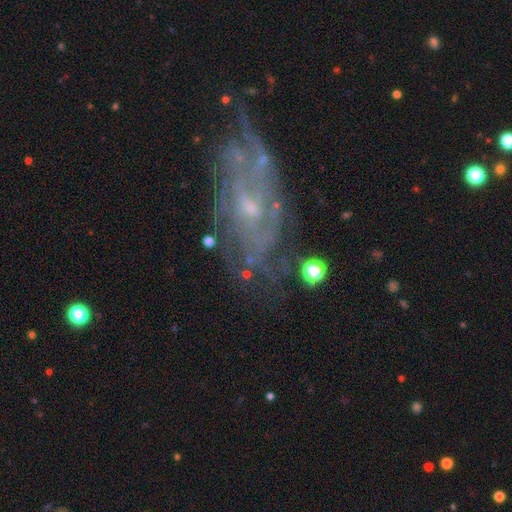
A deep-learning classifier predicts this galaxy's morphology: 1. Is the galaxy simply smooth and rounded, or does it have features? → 80% featured or disk, 10% smooth, 9% star or artifact.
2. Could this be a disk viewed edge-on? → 93% no, 7% yes.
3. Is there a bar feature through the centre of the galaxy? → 55% no, 37% weak, 7% strong.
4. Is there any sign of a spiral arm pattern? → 85% yes, 15% no.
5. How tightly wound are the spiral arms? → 47% tight, 37% medium, 16% loose.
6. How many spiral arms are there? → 52% can't tell, 16% 2, 11% 3, 9% 4, 7% more than 4, 6% 1.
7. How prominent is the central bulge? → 71% small, 21% moderate, 7% none, 1% large, 1% dominant.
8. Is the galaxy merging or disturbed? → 62% none, 21% minor disturbance, 13% major disturbance, 4% merger.